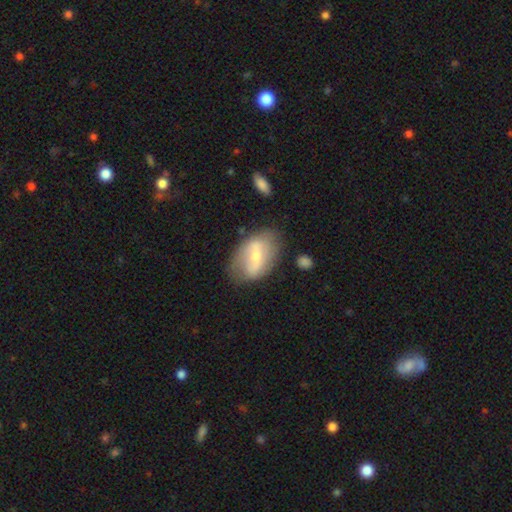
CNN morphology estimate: featured or disk 56%, smooth 37%, star or artifact 7%. Down the decision tree: edge-on disk — no (90%); bar — strong (49%); spiral arms — no (59%); bulge size — small (49%); merging — none (69%).